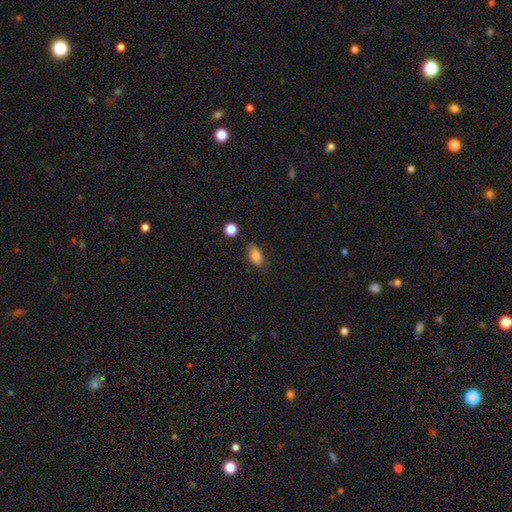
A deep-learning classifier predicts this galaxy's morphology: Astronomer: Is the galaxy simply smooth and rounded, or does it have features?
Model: smooth — 84%.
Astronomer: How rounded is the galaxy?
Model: in between — 88%.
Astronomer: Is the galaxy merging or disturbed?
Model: none — 75%.